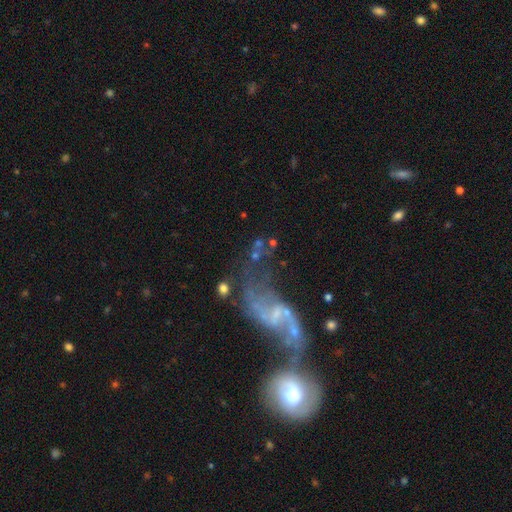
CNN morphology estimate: Overall: featured or disk (76%). Edge-on disk: no (94%). Bar: weak (41%; no 37%). Spiral arms: yes (74%). Spiral arm count: 2 (83%). Spiral winding: loose (86%). Bulge size: none (48%; small 40%). Merging: none (38%; major disturbance 25%).